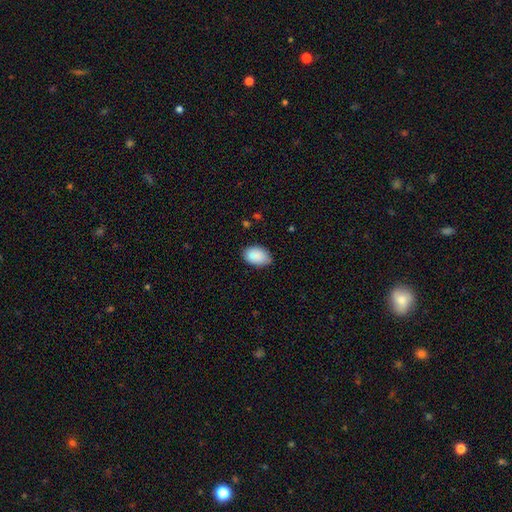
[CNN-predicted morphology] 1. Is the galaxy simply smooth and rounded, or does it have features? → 89% smooth, 7% star or artifact, 4% featured or disk.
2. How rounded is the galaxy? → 87% in between, 12% round, 1% cigar-shaped.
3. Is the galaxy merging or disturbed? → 72% none, 24% minor disturbance, 3% major disturbance, 1% merger.